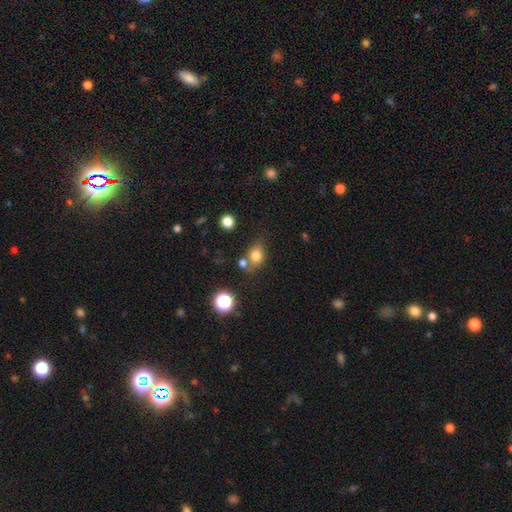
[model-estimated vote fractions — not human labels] This appears to be a smooth galaxy with no disk features (78%) that is in between round and cigar-shaped (52%). Merging: none (55%).